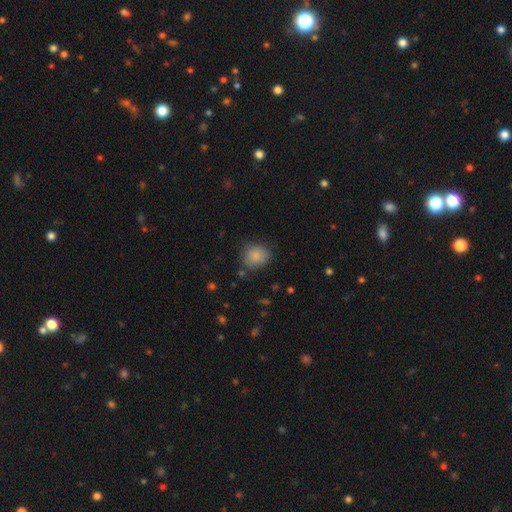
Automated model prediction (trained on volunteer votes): The model was most divided on "how rounded": round: 77%, in between: 22%, cigar-shaped: 1%. More confident: smooth or featured — smooth (85%); merging — none (76%).